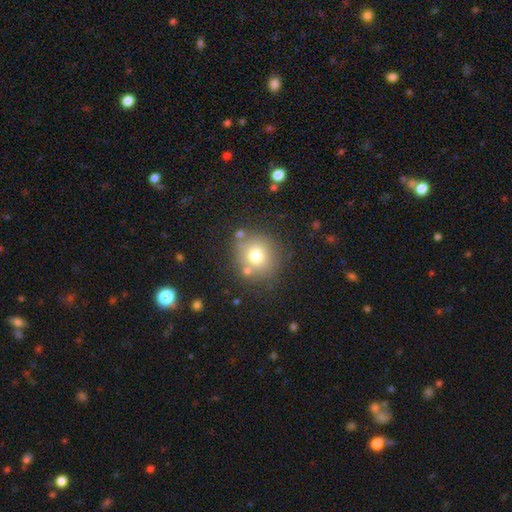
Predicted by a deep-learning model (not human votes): A smooth galaxy with no disk features (73%) that is round (88%).

Vote fractions:
- Smooth or featured? smooth: 73% / featured or disk: 14% / star or artifact: 13%
- How rounded? round: 88% / in between: 11% / cigar-shaped: 1%
- Merging? none: 76% / minor disturbance: 12% / merger: 7% / major disturbance: 5%